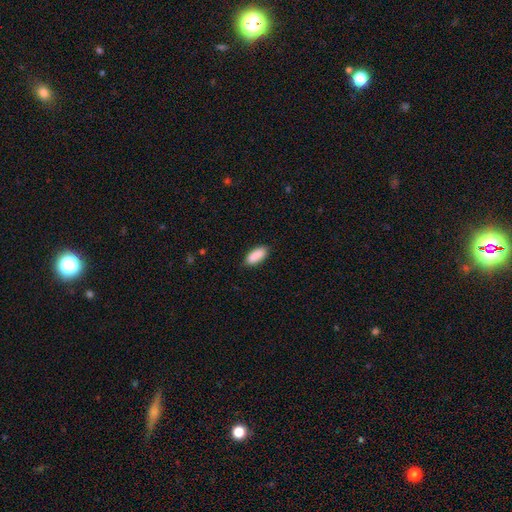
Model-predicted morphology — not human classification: A smooth galaxy with no disk features (90%) that is in between round and cigar-shaped (82%).

Vote fractions:
- Smooth or featured? smooth: 90% / star or artifact: 6% / featured or disk: 4%
- How rounded? in between: 82% / cigar-shaped: 17% / round: 2%
- Merging? none: 87% / minor disturbance: 10% / major disturbance: 2% / merger: 1%